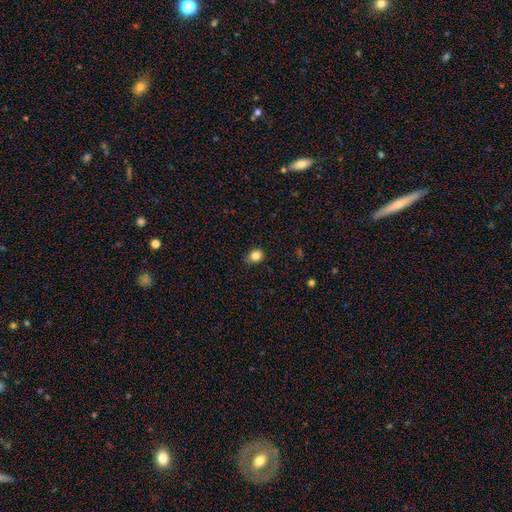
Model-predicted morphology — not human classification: Smooth or featured? smooth (83%)
How rounded? round (67%)
Merging? none (74%)